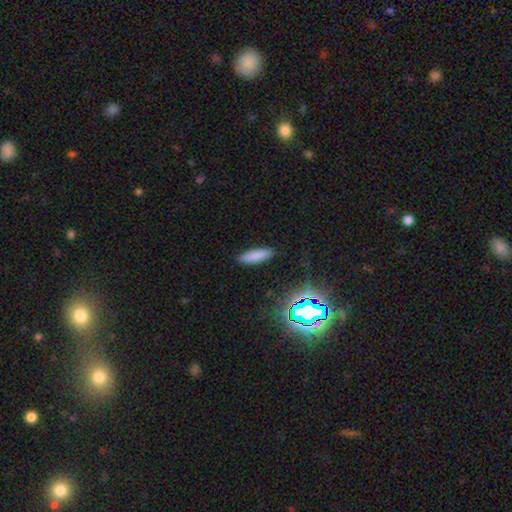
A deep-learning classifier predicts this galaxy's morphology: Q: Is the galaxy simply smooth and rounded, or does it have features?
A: smooth — 81%.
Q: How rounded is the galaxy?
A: cigar-shaped — 54%.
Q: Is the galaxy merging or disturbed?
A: none — 88%.